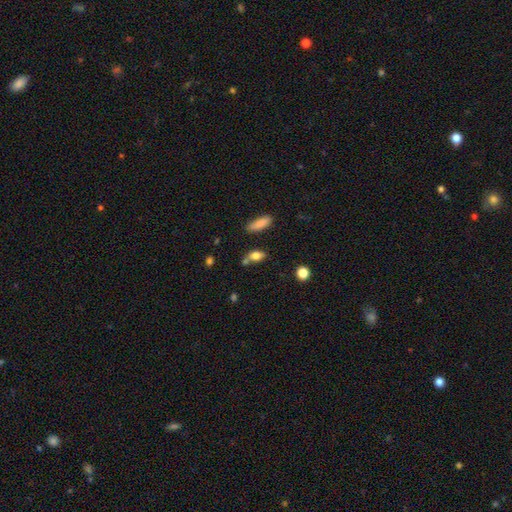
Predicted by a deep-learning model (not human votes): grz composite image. It shows a smooth galaxy with no disk features (75%) that is in between round and cigar-shaped (73%). Merging: none (51%).